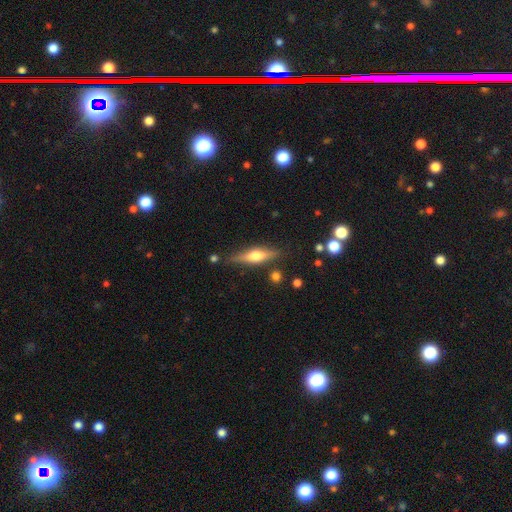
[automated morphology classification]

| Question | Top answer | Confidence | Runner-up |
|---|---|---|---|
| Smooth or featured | featured or disk | 56% | smooth (37%) |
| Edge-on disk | yes | 94% | no (6%) |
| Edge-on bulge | rounded | 90% | boxy (7%) |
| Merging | none | 82% | minor disturbance (12%) |